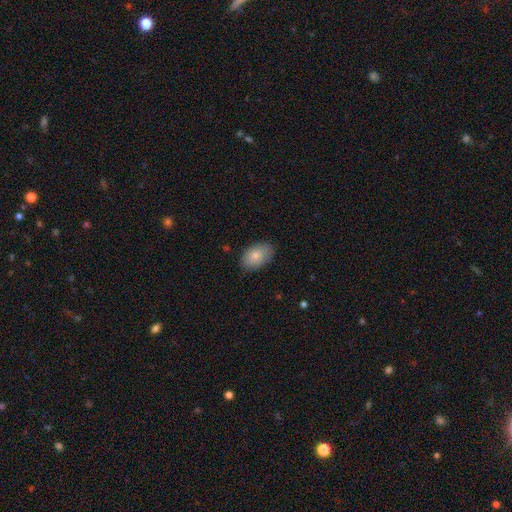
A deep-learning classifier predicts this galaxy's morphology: smooth_or_featured: smooth (p=0.82) [alt: featured or disk p=0.11]
how_rounded: in between (p=0.92) [alt: round p=0.07]
merging: none (p=0.84) [alt: minor disturbance p=0.13]